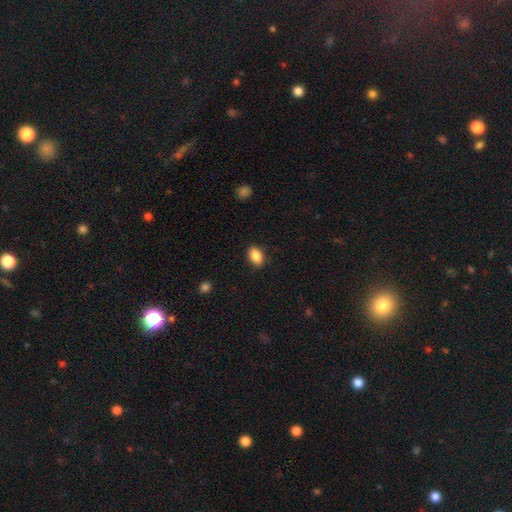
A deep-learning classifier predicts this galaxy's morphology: This appears to be a smooth galaxy with no disk features (88%) that is in between round and cigar-shaped (82%). Merging: none (87%).